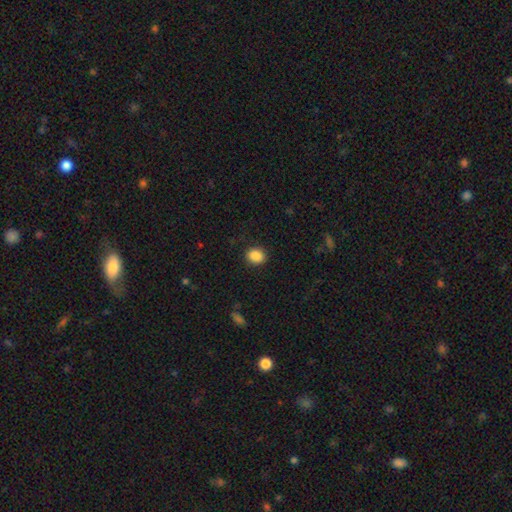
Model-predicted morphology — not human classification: Smooth or featured?
  - smooth: 89% *
  - star or artifact: 8%
  - featured or disk: 3%
How rounded?
  - round: 64% *
  - in between: 35%
  - cigar-shaped: 1%
Merging?
  - none: 88% *
  - minor disturbance: 8%
  - major disturbance: 3%
  - merger: 1%